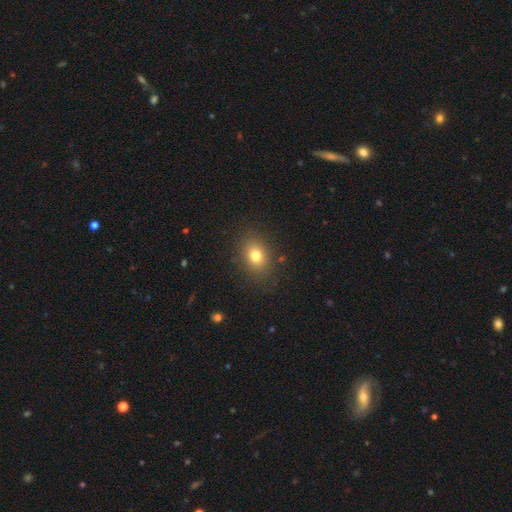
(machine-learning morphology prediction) smooth_or_featured: smooth (p=0.78) [alt: star or artifact p=0.13]
how_rounded: in between (p=0.57) [alt: round p=0.42]
merging: none (p=0.86) [alt: minor disturbance p=0.09]